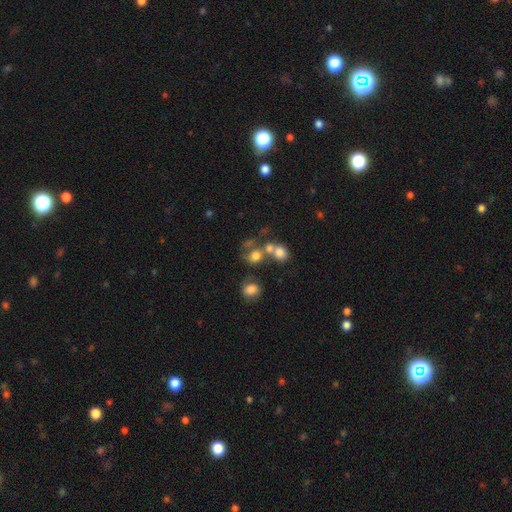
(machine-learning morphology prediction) This appears to be a smooth galaxy with no disk features (66%) that is round (72%). Merging: merger (46%).